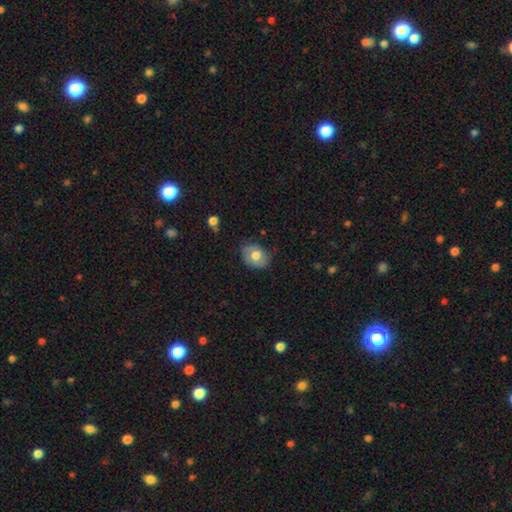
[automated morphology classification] This is likely a smooth galaxy (69%). How rounded: likely in between (68%). Merging: likely none (78%).